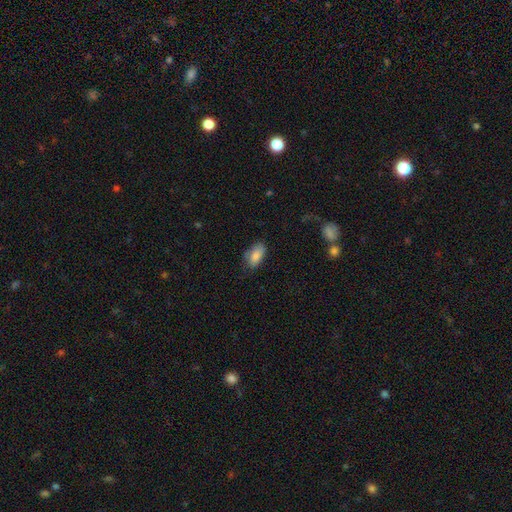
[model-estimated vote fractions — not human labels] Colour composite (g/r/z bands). It shows a smooth galaxy with no disk features (84%) that is in between round and cigar-shaped (92%). Merging: none (66%).